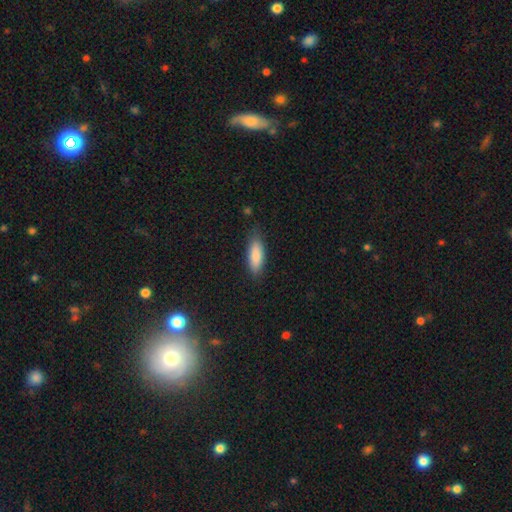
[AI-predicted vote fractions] A smooth galaxy with no disk features (87%) that is in between round and cigar-shaped (67%). Merging: none (80%).